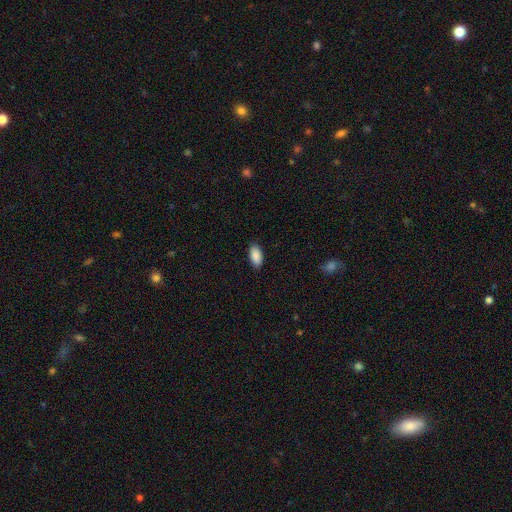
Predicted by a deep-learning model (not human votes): smooth-or-featured: smooth: 90% | star or artifact: 6% | featured or disk: 4%
  how-rounded: in between: 92% | cigar-shaped: 6% | round: 2%
  merging: none: 88% | minor disturbance: 9% | major disturbance: 2% | merger: 1%